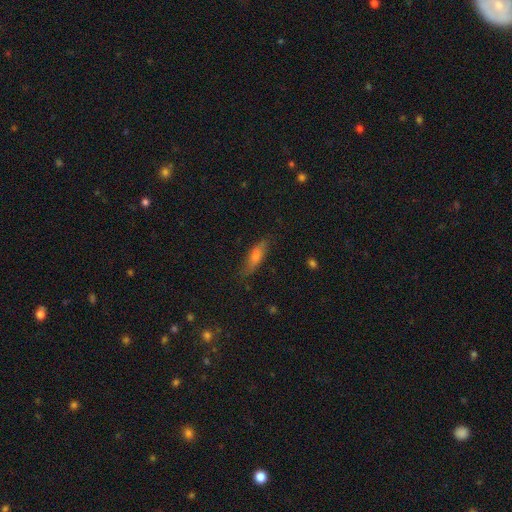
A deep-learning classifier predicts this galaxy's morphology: The model was most divided on "how rounded": cigar-shaped: 58%, in between: 39%, round: 3%. More confident: merging — none (78%); smooth or featured — smooth (58%).